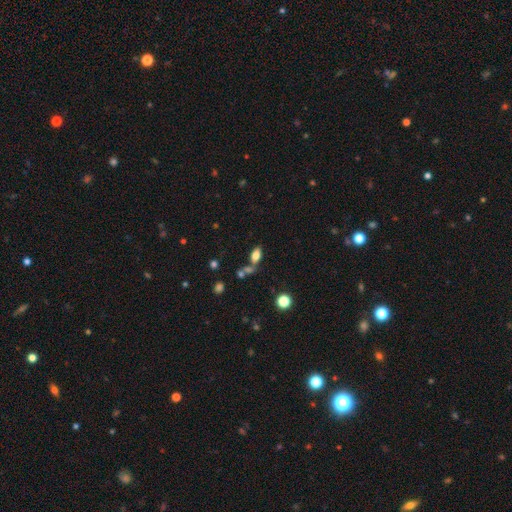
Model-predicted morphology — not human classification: Smooth or featured: smooth — 75% (featured or disk — 13%)
How rounded: in between — 86% (cigar-shaped — 7%)
Merging: none — 55% (merger — 26%)